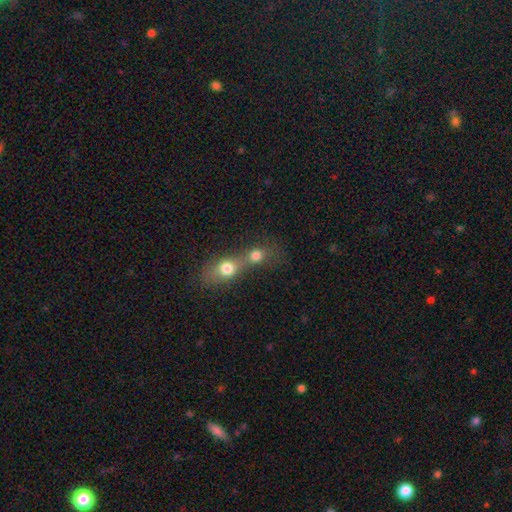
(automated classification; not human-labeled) smooth 74%, featured or disk 13%, star or artifact 13%. Down the decision tree: how rounded — round (73%); merging — merger (68%).